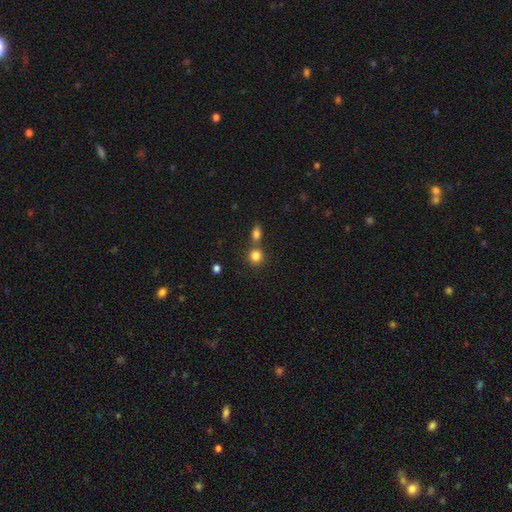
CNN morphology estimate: Smooth or featured? smooth (83%)
How rounded? round (82%)
Merging? none (59%)